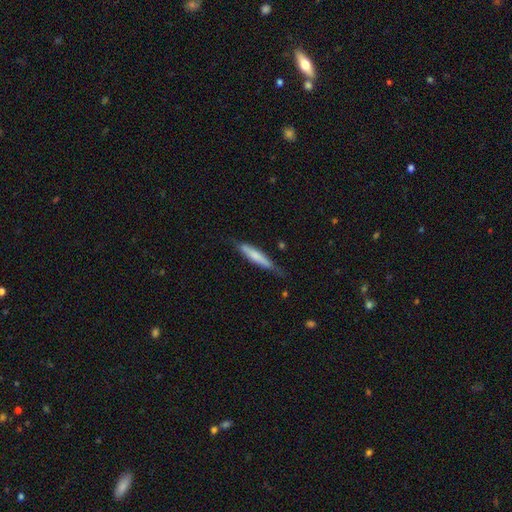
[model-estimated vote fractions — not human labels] Overall: smooth (65%; featured or disk 29%). How rounded: cigar-shaped (89%). Merging: none (68%).